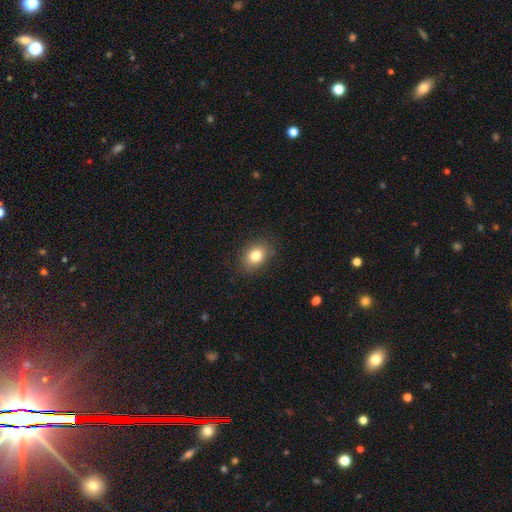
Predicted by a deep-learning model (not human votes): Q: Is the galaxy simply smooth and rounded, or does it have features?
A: smooth — 81%.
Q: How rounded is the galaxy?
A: in between — 61%.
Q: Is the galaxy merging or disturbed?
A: none — 84%.